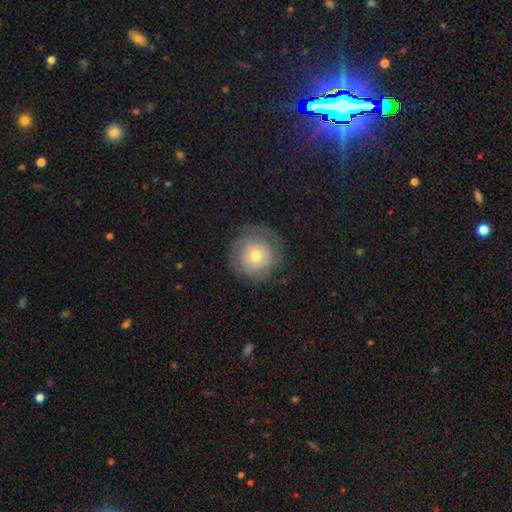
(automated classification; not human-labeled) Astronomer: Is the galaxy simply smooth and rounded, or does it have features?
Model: smooth — 48% (runner-up: featured or disk, 44%).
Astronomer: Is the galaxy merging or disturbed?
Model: none — 79%.